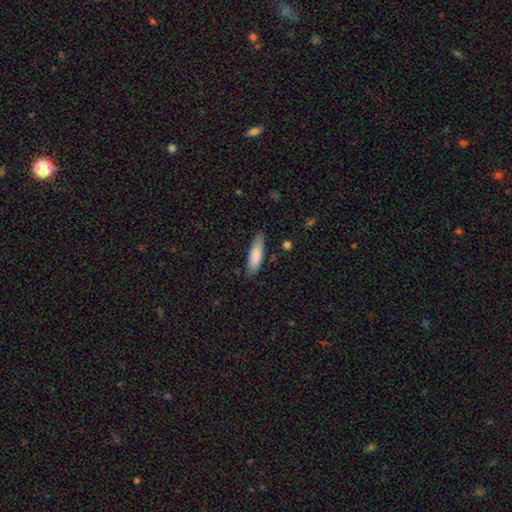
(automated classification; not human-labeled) This is clearly a smooth galaxy (81%). How rounded: likely cigar-shaped (63%). Merging: clearly none (82%).